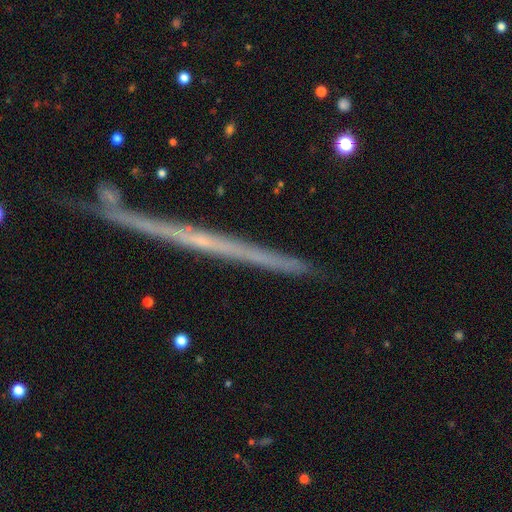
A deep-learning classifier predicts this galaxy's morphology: A featured or disk galaxy (74%) viewed edge-on (97%) with no central bulge (83%). Merging: none (83%).